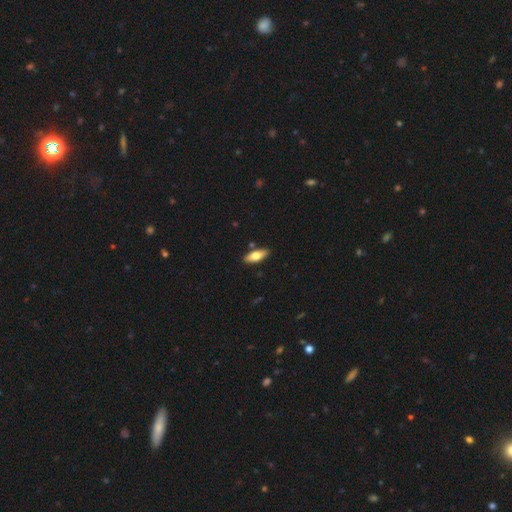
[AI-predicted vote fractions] Smooth or featured: smooth — 71% (featured or disk — 23%)
How rounded: in between — 75% (cigar-shaped — 23%)
Merging: none — 86% (minor disturbance — 9%)